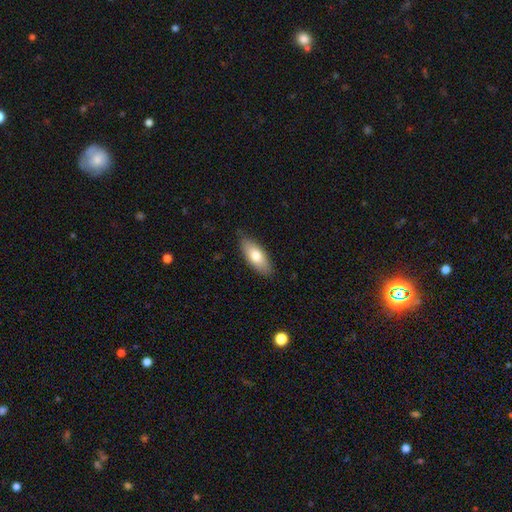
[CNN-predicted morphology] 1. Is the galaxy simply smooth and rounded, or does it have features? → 76% smooth, 18% featured or disk, 6% star or artifact.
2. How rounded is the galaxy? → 82% in between, 16% cigar-shaped, 2% round.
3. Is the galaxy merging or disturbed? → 84% none, 13% minor disturbance, 2% major disturbance, 1% merger.